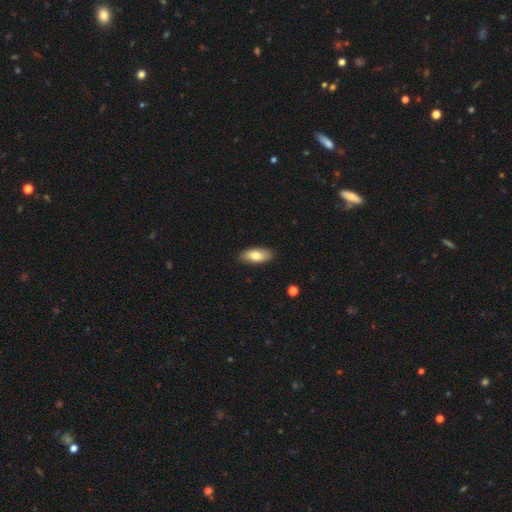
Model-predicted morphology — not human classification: A smooth galaxy with no disk features (76%) that is in between round and cigar-shaped (86%). Merging: none (87%).